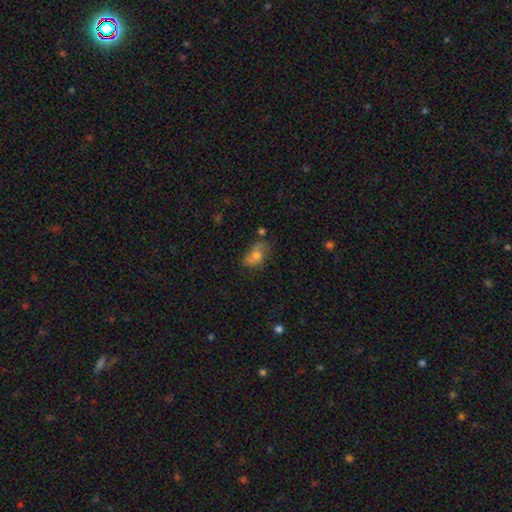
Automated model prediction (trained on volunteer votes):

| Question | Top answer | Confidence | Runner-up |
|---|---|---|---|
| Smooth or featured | smooth | 55% | featured or disk (32%) |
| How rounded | in between | 80% | round (16%) |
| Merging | none | 44% | minor disturbance (28%) |